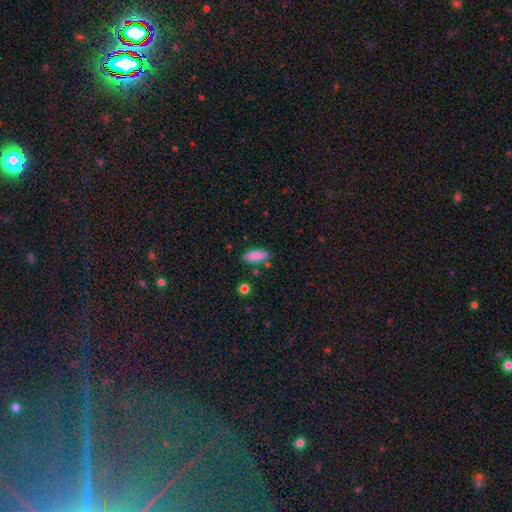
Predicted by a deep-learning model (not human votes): Morphology: type=smooth (88%); roundness=in between (83%); merging=none (79%).